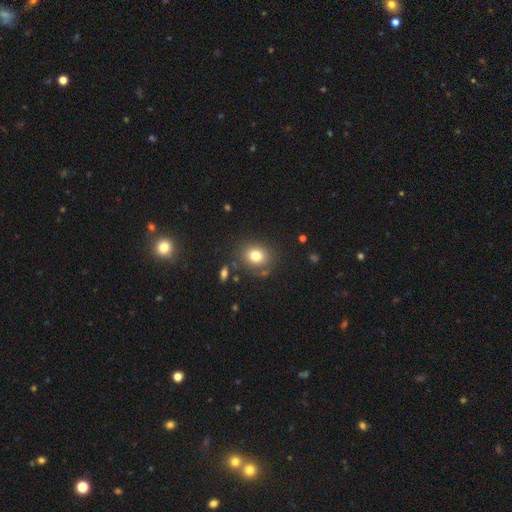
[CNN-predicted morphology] This is likely a smooth galaxy (78%). How rounded: likely round (68%). Merging: likely none (80%).